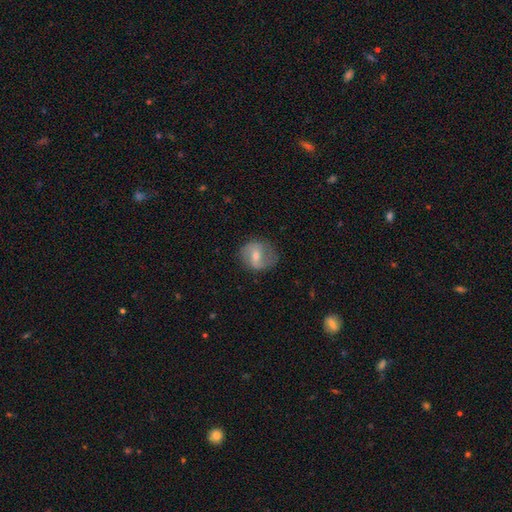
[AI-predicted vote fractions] A featured or disk galaxy (57%) with a weak bar (49%), spiral arms (79%) and a moderate central bulge (52%). Merging: none (66%).